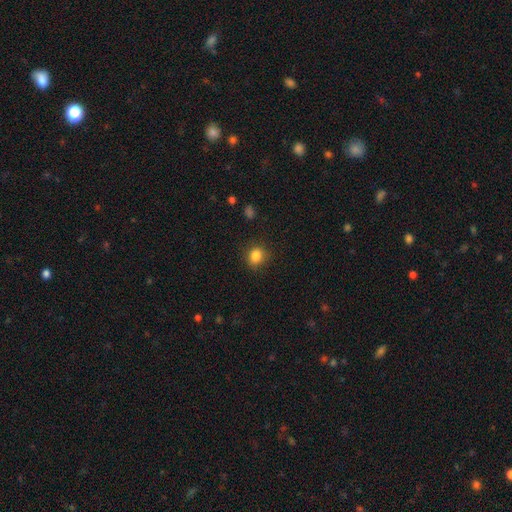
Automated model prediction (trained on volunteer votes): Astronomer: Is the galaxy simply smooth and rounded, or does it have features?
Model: smooth — 85%.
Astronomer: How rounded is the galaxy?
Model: round — 72%.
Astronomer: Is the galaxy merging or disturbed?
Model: none — 83%.